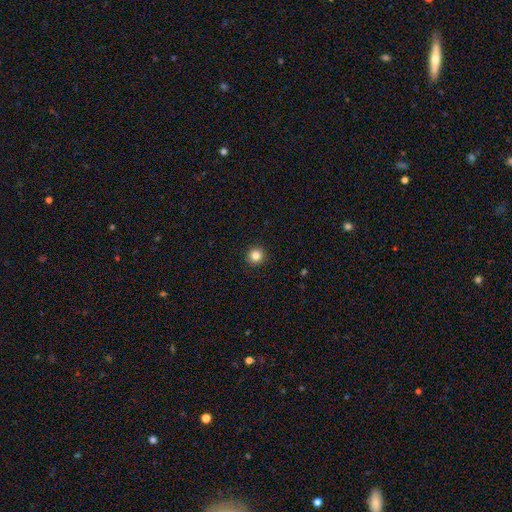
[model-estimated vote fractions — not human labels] This is clearly a smooth galaxy (83%). How rounded: clearly round (95%). Merging: clearly none (93%).